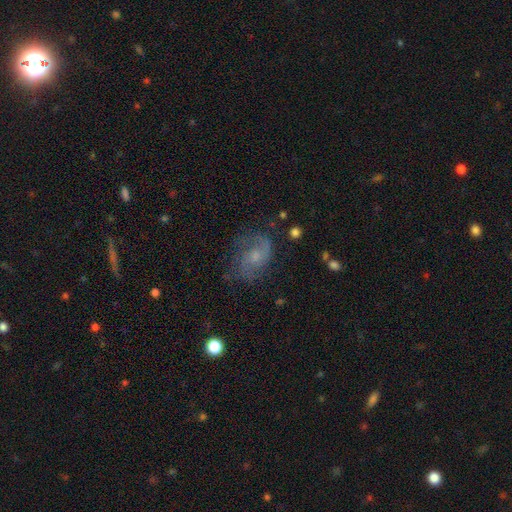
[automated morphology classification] smooth_or_featured: featured or disk (p=0.70) [alt: smooth p=0.19]
disk_edge_on: no (p=0.97) [alt: yes p=0.03]
bar: no (p=0.66) [alt: weak p=0.30]
has_spiral_arms: yes (p=0.90) [alt: no p=0.10]
spiral_winding: medium (p=0.47) [alt: loose p=0.33]
spiral_arm_count: 2 (p=0.70) [alt: can't tell p=0.14]
bulge_size: small (p=0.50) [alt: moderate p=0.36]
merging: none (p=0.66) [alt: minor disturbance p=0.20]